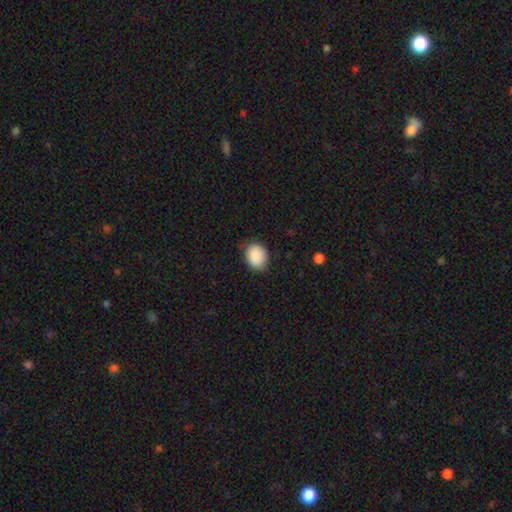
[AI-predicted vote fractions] This appears to be a smooth galaxy with no disk features (89%) that is in between round and cigar-shaped (59%). Merging: none (82%).